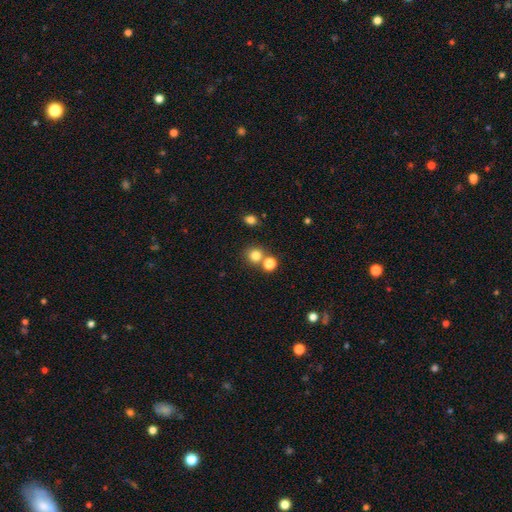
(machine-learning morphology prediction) smooth-or-featured: smooth: 79% | star or artifact: 15% | featured or disk: 6%
  how-rounded: round: 88% | in between: 11% | cigar-shaped: 1%
  merging: none: 67% | merger: 23% | minor disturbance: 7% | major disturbance: 3%